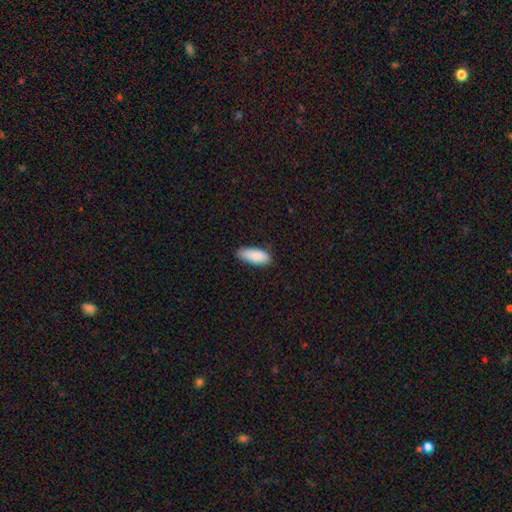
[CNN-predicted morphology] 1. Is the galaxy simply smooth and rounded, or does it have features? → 89% smooth, 6% star or artifact, 5% featured or disk.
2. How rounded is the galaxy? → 77% in between, 21% cigar-shaped, 2% round.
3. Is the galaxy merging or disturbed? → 77% none, 19% minor disturbance, 3% major disturbance, 1% merger.